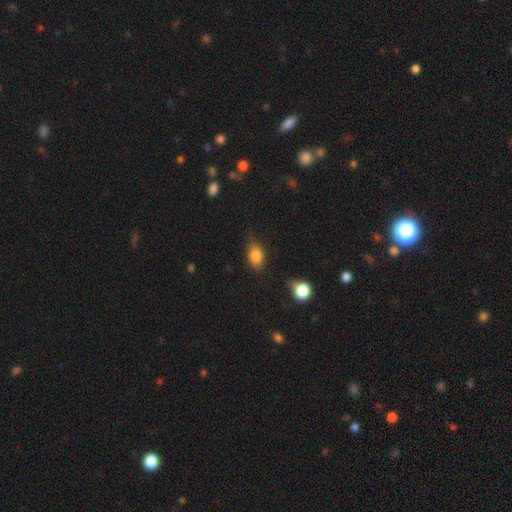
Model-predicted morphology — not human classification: The model was most divided on "merging": none: 68%, minor disturbance: 23%, major disturbance: 6%, merger: 3%. More confident: smooth or featured — smooth (81%); how rounded — in between (77%).